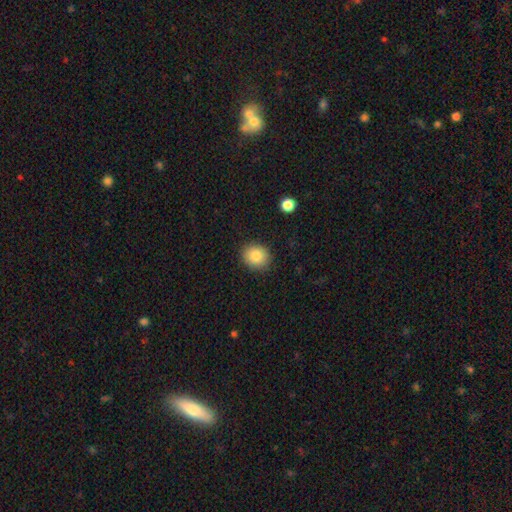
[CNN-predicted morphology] Smooth or featured? smooth (85%)
How rounded? round (74%)
Merging? none (88%)